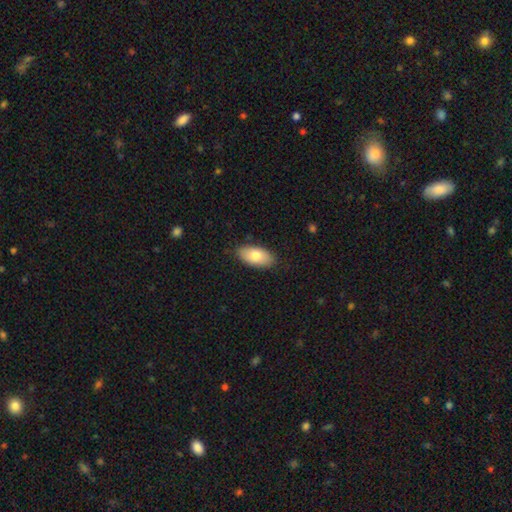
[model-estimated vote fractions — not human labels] Smooth or featured?
  - smooth: 76% *
  - featured or disk: 18%
  - star or artifact: 6%
How rounded?
  - in between: 93% *
  - cigar-shaped: 4%
  - round: 3%
Merging?
  - none: 86% *
  - minor disturbance: 11%
  - major disturbance: 2%
  - merger: 1%